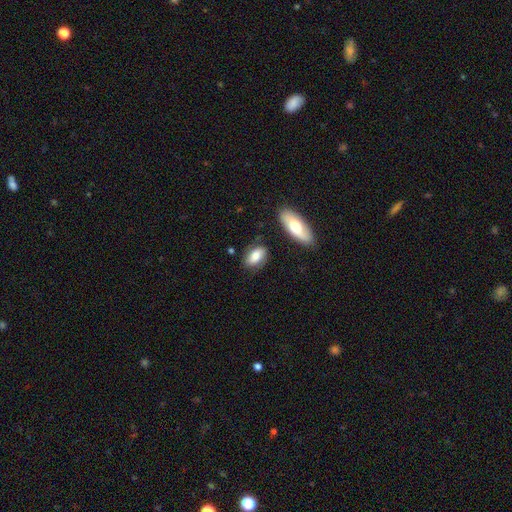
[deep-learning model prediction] Morphology: type=smooth (76%); roundness=in between (88%); merging=none (75%).